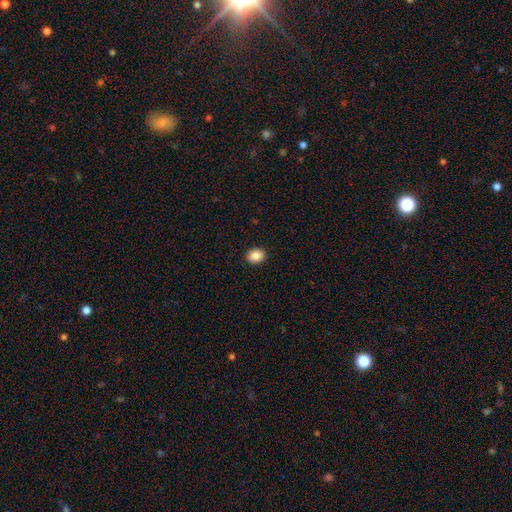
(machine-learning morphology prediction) This appears to be a smooth galaxy with no disk features (87%) that is round (51%). Merging: none (91%).